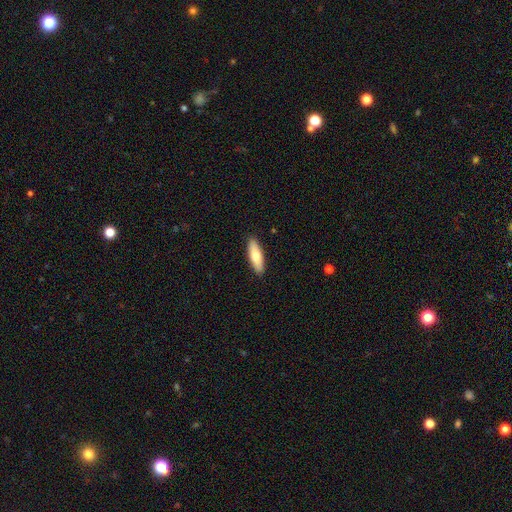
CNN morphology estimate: A smooth galaxy with no disk features (70%) that is in between round and cigar-shaped (50%). Merging: none (90%).